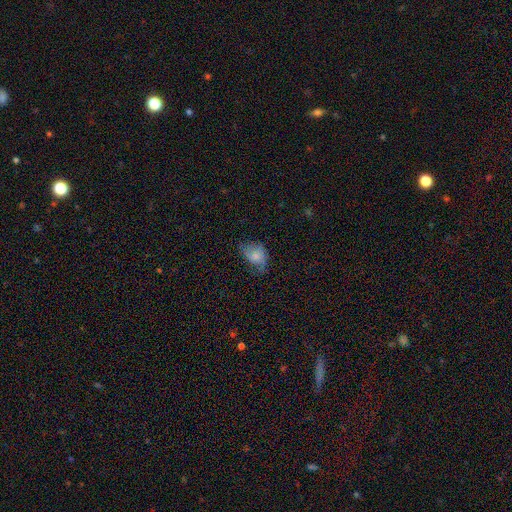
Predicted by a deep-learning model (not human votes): smooth 62%, featured or disk 29%, star or artifact 9%. Down the decision tree: how rounded — in between (74%); merging — none (41%).